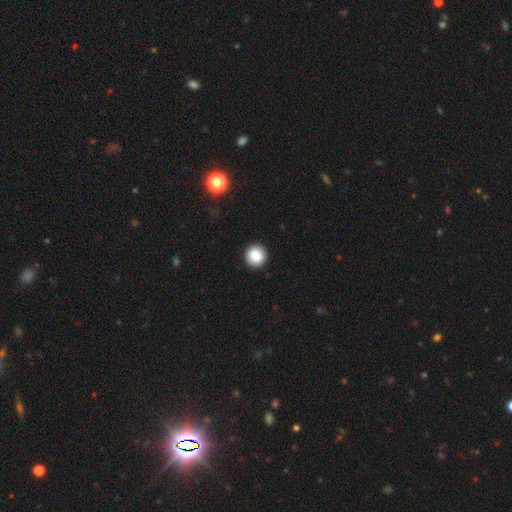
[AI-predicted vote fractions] Smooth or featured?
  - smooth: 86% *
  - star or artifact: 9%
  - featured or disk: 5%
How rounded?
  - round: 92% *
  - in between: 7%
  - cigar-shaped: 1%
Merging?
  - none: 92% *
  - minor disturbance: 5%
  - major disturbance: 2%
  - merger: 1%